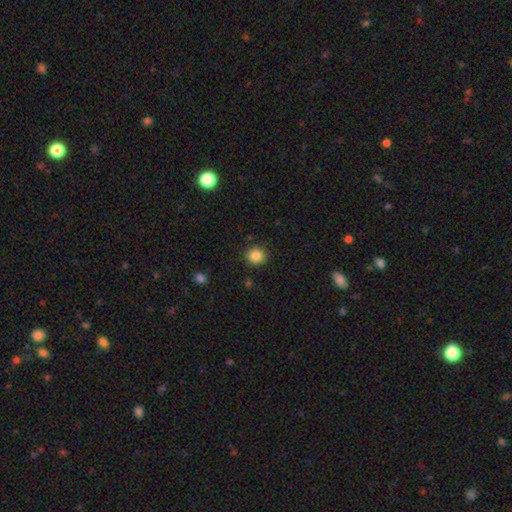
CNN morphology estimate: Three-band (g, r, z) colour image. It shows a smooth galaxy with no disk features (86%) that is round (89%). Merging: none (88%).